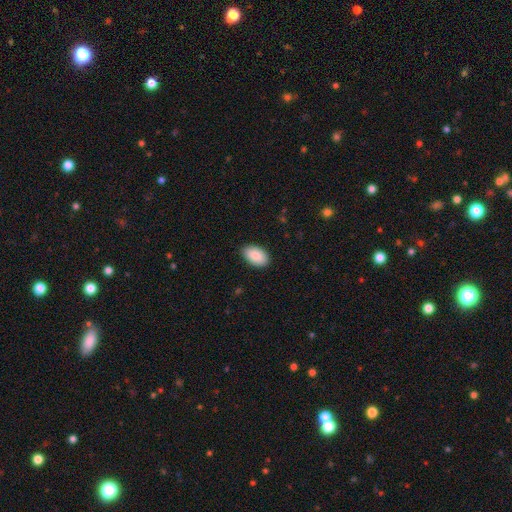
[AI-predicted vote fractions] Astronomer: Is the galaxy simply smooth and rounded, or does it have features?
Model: smooth — 89%.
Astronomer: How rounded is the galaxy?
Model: in between — 94%.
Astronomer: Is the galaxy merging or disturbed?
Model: none — 87%.